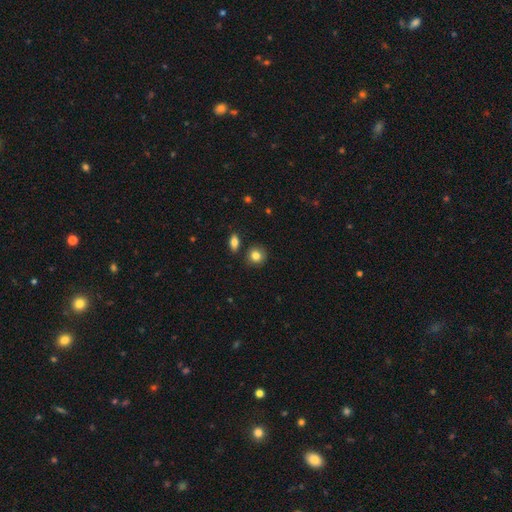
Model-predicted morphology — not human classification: A smooth galaxy with no disk features (83%) that is round (83%). Merging: none (84%).